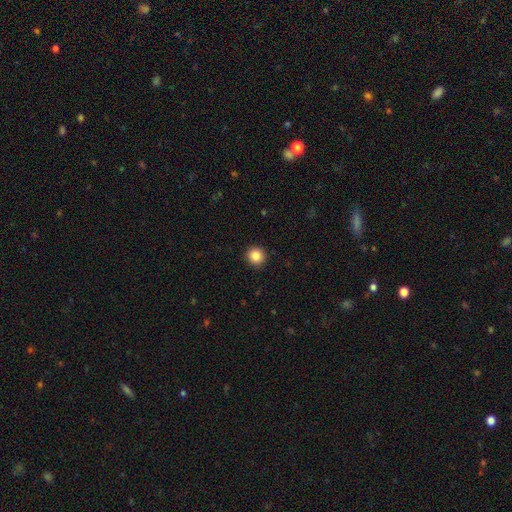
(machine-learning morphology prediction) Smooth or featured? smooth (85%)
How rounded? round (94%)
Merging? none (93%)